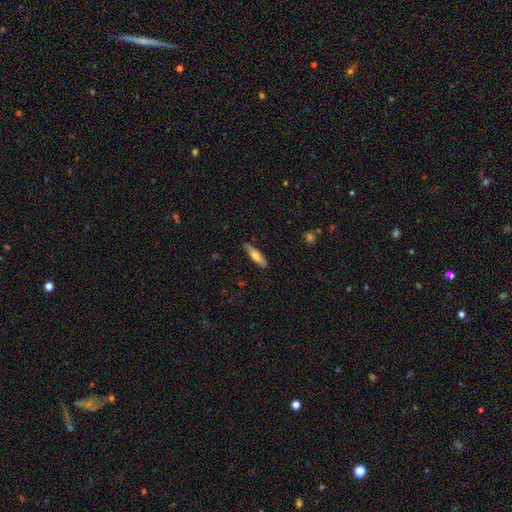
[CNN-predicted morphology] Smooth or featured: smooth — 67% (featured or disk — 27%)
How rounded: cigar-shaped — 68% (in between — 31%)
Merging: none — 84% (minor disturbance — 13%)